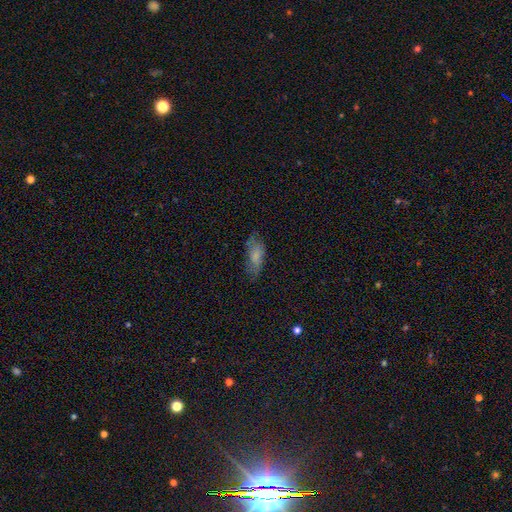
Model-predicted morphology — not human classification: A smooth galaxy with no disk features (71%) that is in between round and cigar-shaped (81%).

Vote fractions:
- Smooth or featured? smooth: 71% / featured or disk: 20% / star or artifact: 9%
- How rounded? in between: 81% / cigar-shaped: 16% / round: 3%
- Merging? none: 61% / minor disturbance: 26% / major disturbance: 11% / merger: 2%